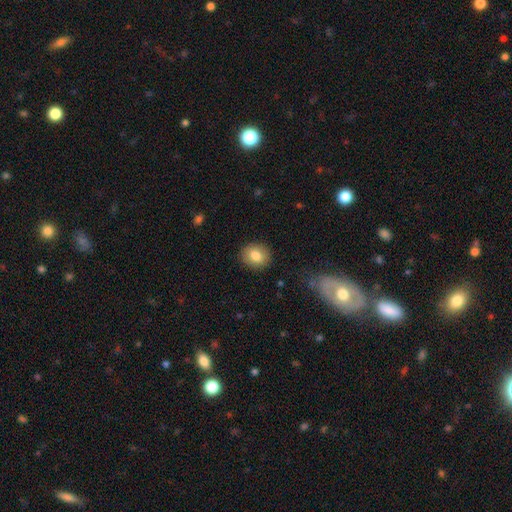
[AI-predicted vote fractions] smooth_or_featured: smooth (p=0.82) [alt: featured or disk p=0.09]
how_rounded: round (p=0.68) [alt: in between p=0.31]
merging: none (p=0.89) [alt: minor disturbance p=0.08]